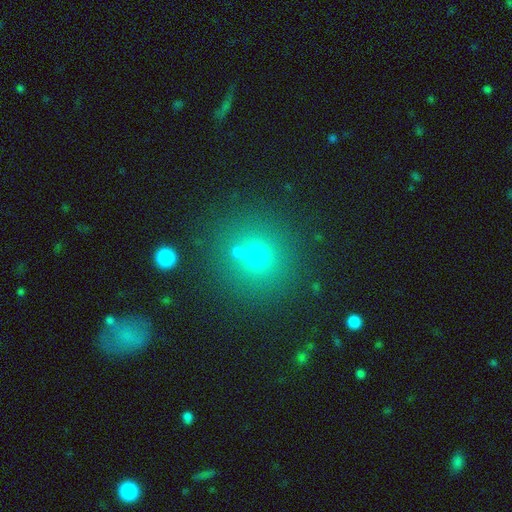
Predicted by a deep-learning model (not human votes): Smooth or featured? Predicted: smooth (p=0.67). How rounded? Predicted: round (p=0.90). Merging? Predicted: none (p=0.77).